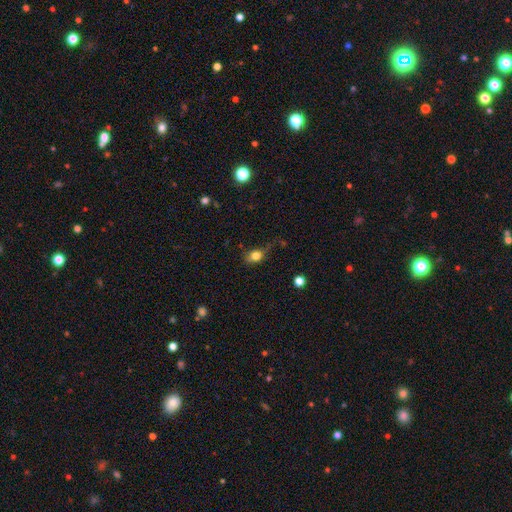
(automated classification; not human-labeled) smooth_or_featured: smooth (p=0.79) [alt: star or artifact p=0.11]
how_rounded: in between (p=0.59) [alt: round p=0.38]
merging: none (p=0.48) [alt: minor disturbance p=0.33]